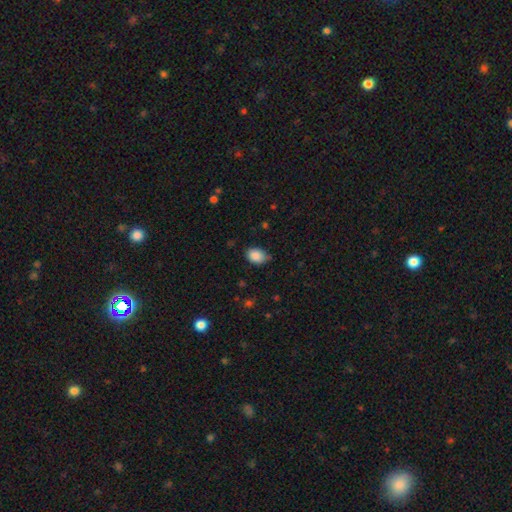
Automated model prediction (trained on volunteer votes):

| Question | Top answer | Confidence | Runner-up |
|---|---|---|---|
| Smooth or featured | smooth | 88% | star or artifact (8%) |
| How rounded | in between | 74% | round (25%) |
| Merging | none | 67% | minor disturbance (28%) |